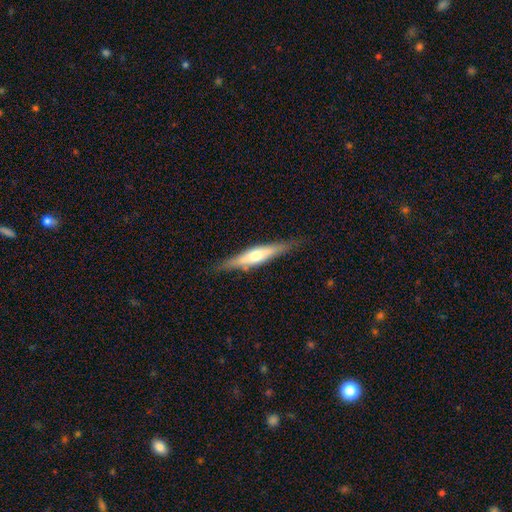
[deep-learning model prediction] smooth_or_featured: featured or disk (p=0.55) [alt: smooth p=0.39]
disk_edge_on: yes (p=0.90) [alt: no p=0.10]
merging: none (p=0.83) [alt: minor disturbance p=0.13]